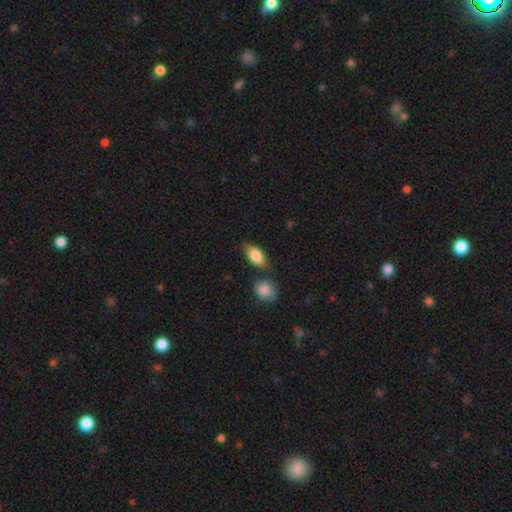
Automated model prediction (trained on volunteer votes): Morphology: type=smooth (84%); roundness=in between (89%); merging=none (70%).